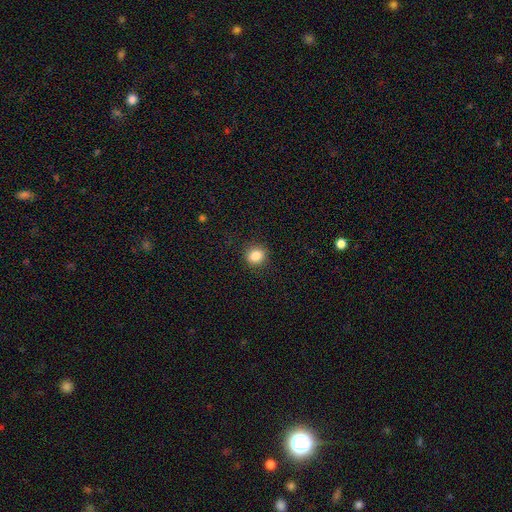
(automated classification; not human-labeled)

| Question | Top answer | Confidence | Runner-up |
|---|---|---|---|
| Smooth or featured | smooth | 84% | star or artifact (11%) |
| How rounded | round | 83% | in between (16%) |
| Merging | none | 90% | minor disturbance (7%) |